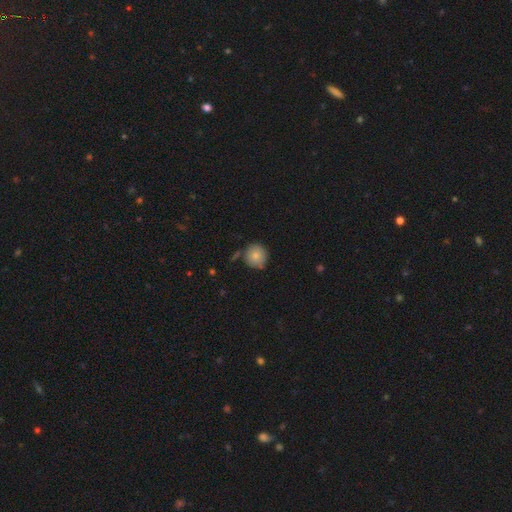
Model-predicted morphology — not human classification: type=smooth (81%); roundness=round (92%); merging=none (79%).